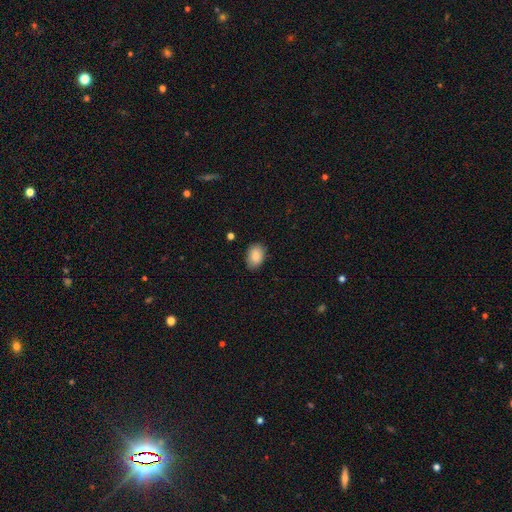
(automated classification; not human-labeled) smooth_or_featured: smooth (p=0.88) [alt: star or artifact p=0.07]
how_rounded: in between (p=0.83) [alt: round p=0.16]
merging: none (p=0.83) [alt: minor disturbance p=0.14]